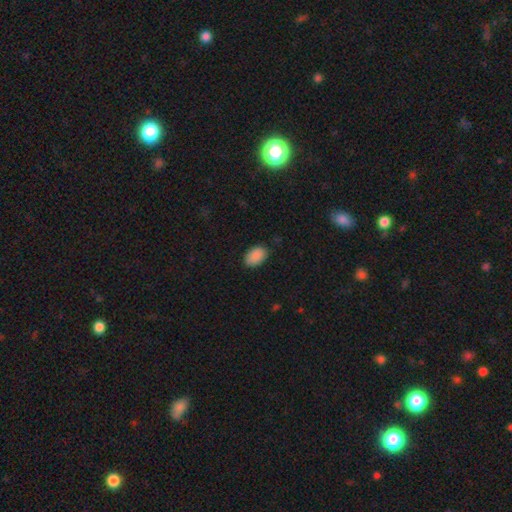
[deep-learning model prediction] smooth-or-featured: smooth: 90% | star or artifact: 7% | featured or disk: 3%
  how-rounded: in between: 89% | round: 9% | cigar-shaped: 1%
  merging: none: 85% | minor disturbance: 11% | major disturbance: 2% | merger: 1%